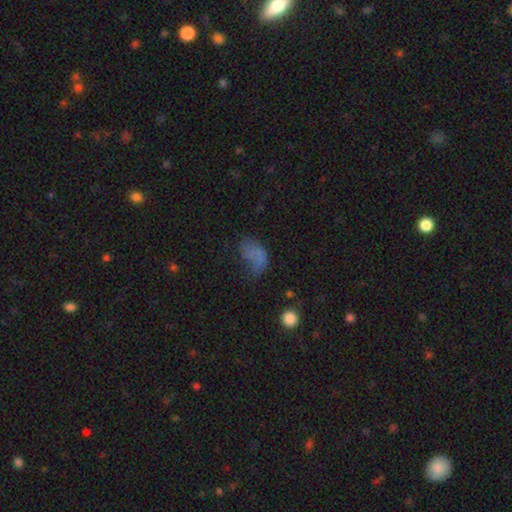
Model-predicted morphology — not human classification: Smooth or featured?
  - smooth: 60% *
  - featured or disk: 23%
  - star or artifact: 17%
How rounded?
  - in between: 85% *
  - round: 12%
  - cigar-shaped: 2%
Merging?
  - major disturbance: 39% *
  - none: 30%
  - minor disturbance: 23%
  - merger: 7%